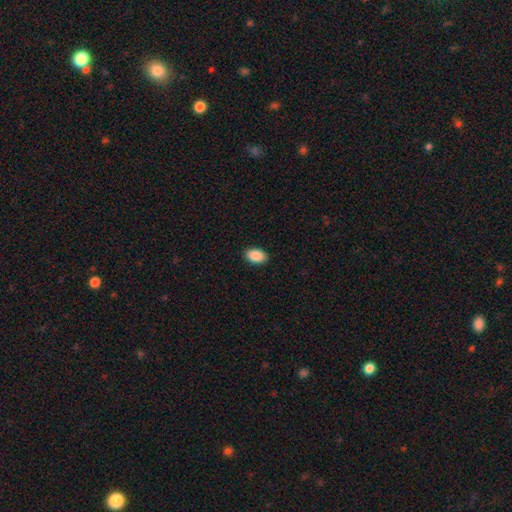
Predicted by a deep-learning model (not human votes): A smooth galaxy with no disk features (90%) that is in between round and cigar-shaped (92%). Merging: none (90%).